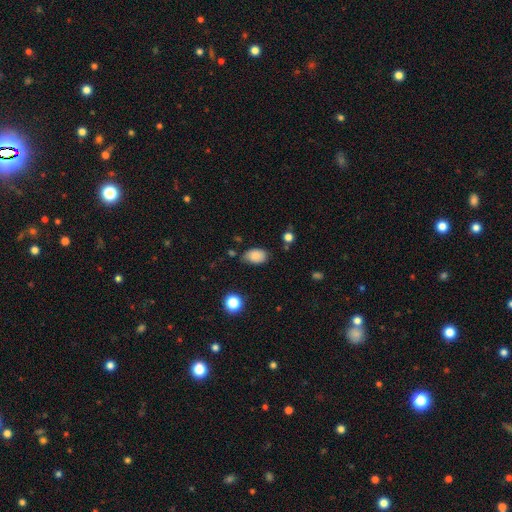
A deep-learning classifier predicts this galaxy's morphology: A smooth galaxy with no disk features (86%) that is in between round and cigar-shaped (85%).

Vote fractions:
- Smooth or featured? smooth: 86% / star or artifact: 9% / featured or disk: 5%
- How rounded? in between: 85% / round: 14% / cigar-shaped: 1%
- Merging? none: 67% / minor disturbance: 25% / major disturbance: 5% / merger: 3%